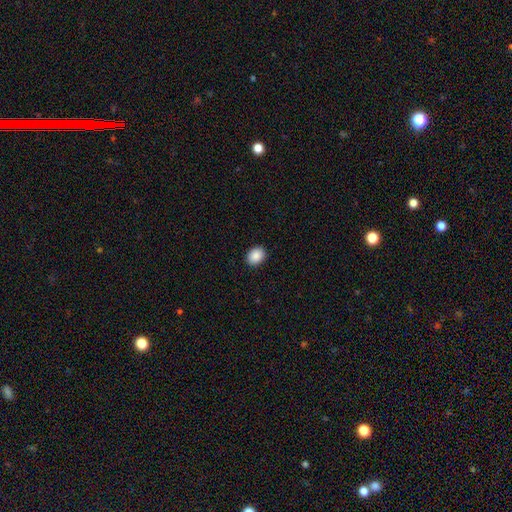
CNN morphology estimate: Smooth or featured? Predicted: smooth (p=0.89). How rounded? Predicted: in between (p=0.61). Merging? Predicted: none (p=0.91).